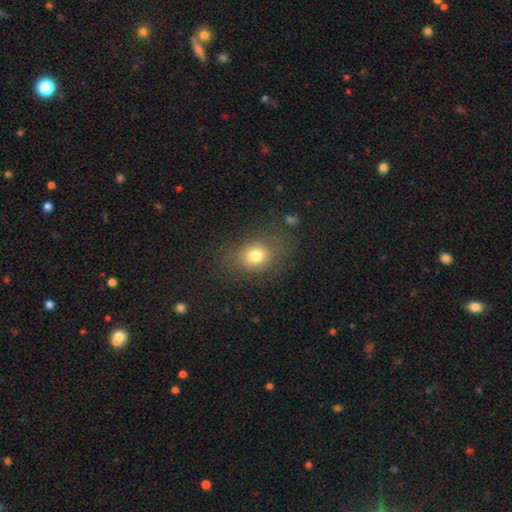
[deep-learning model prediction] Overall: smooth (76%). How rounded: round (60%; in between 38%). Merging: none (74%).